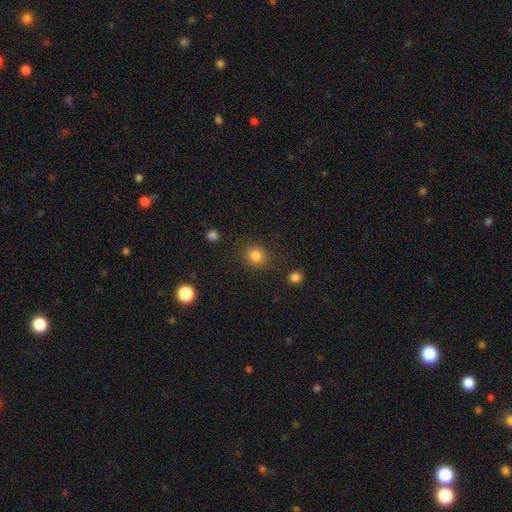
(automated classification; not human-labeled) Morphology: type=smooth (84%); roundness=round (90%); merging=none (86%).